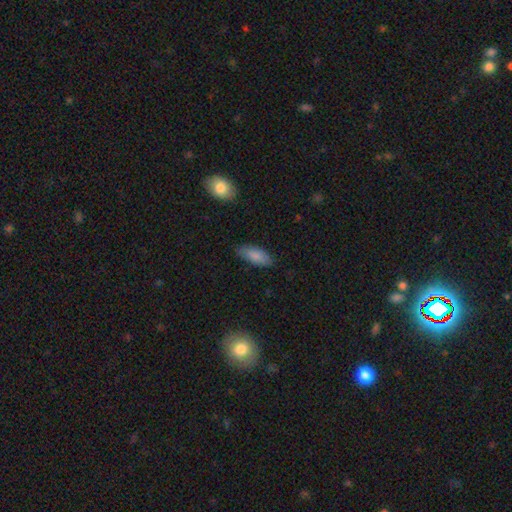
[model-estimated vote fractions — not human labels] This is clearly a smooth galaxy (85%). How rounded: clearly in between (82%). Merging: clearly none (82%).